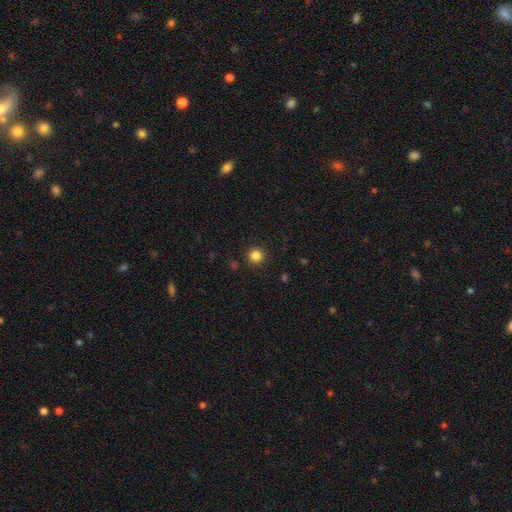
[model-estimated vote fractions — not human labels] smooth_or_featured: smooth (p=0.84) [alt: star or artifact p=0.12]
how_rounded: round (p=0.95) [alt: in between p=0.04]
merging: none (p=0.92) [alt: minor disturbance p=0.05]